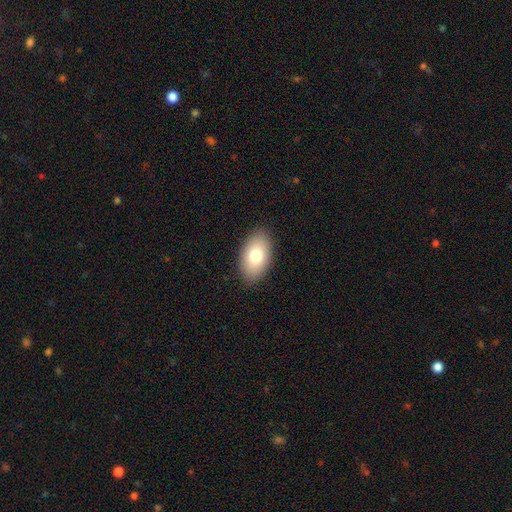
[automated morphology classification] smooth_or_featured: smooth (p=0.78) [alt: featured or disk p=0.15]
how_rounded: in between (p=0.94) [alt: round p=0.05]
merging: none (p=0.88) [alt: minor disturbance p=0.09]